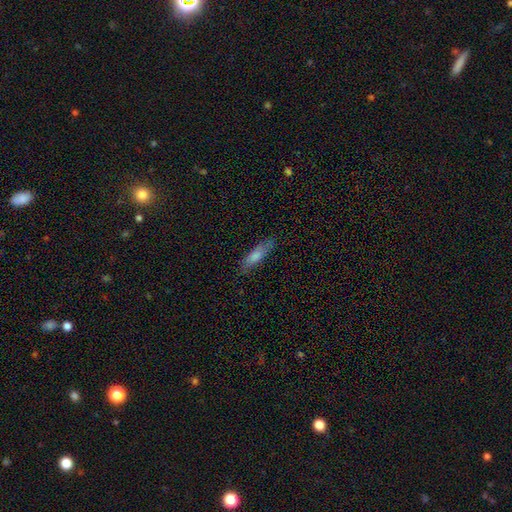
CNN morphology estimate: This is likely a smooth galaxy (76%). How rounded: possibly cigar-shaped (59%). Merging: likely none (78%).